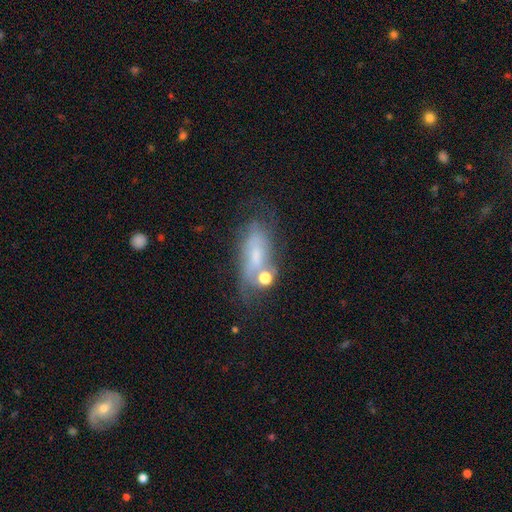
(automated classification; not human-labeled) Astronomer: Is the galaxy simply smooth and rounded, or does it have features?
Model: featured or disk — 49% (runner-up: smooth, 39%).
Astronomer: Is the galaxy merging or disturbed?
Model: none — 47% (runner-up: minor disturbance, 25%).